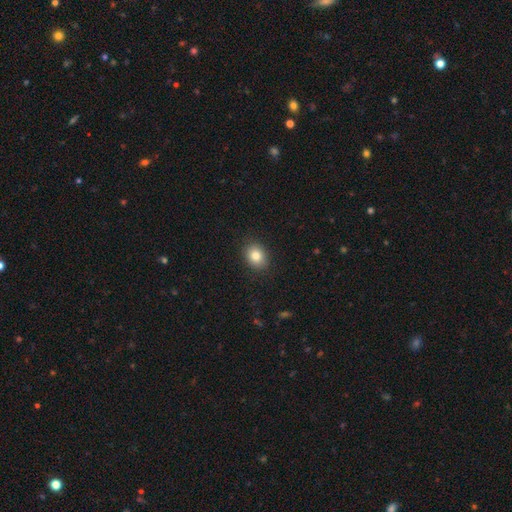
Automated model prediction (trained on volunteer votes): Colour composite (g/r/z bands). It shows a smooth galaxy with no disk features (84%) that is round (51%). Merging: none (88%).